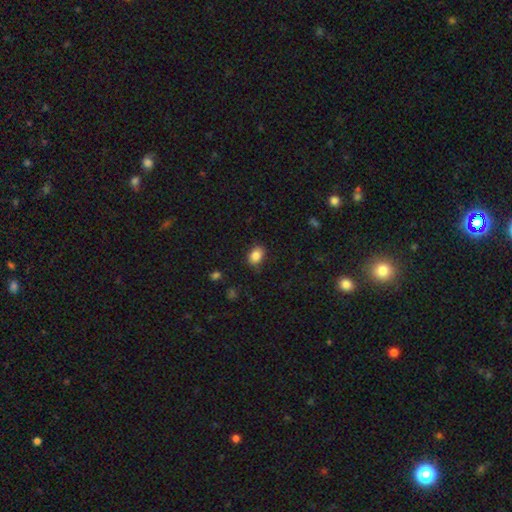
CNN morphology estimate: Overall: smooth (85%). How rounded: in between (72%). Merging: none (80%).